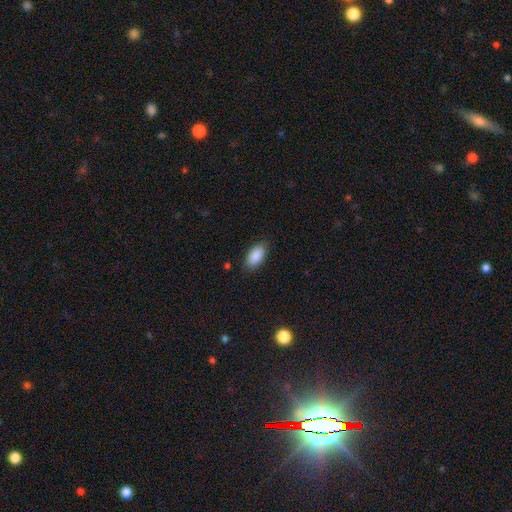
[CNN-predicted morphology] smooth-or-featured: smooth: 90% | star or artifact: 7% | featured or disk: 4%
  how-rounded: in between: 92% | cigar-shaped: 5% | round: 3%
  merging: none: 84% | minor disturbance: 12% | major disturbance: 3% | merger: 1%